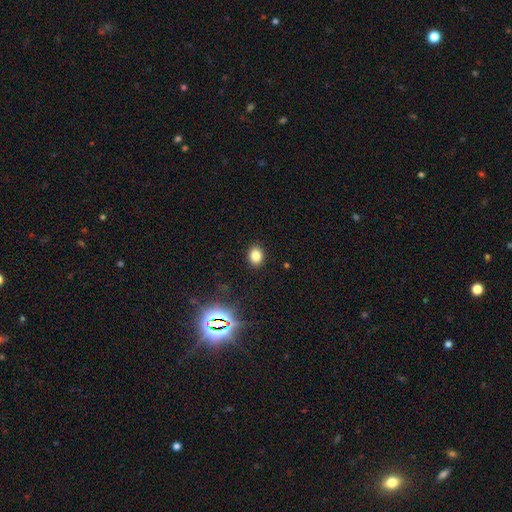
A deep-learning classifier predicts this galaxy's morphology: A smooth galaxy with no disk features (81%) that is in between round and cigar-shaped (54%).

Vote fractions:
- Smooth or featured? smooth: 81% / star or artifact: 14% / featured or disk: 5%
- How rounded? in between: 54% / round: 45% / cigar-shaped: 1%
- Merging? none: 90% / minor disturbance: 7% / major disturbance: 2% / merger: 1%